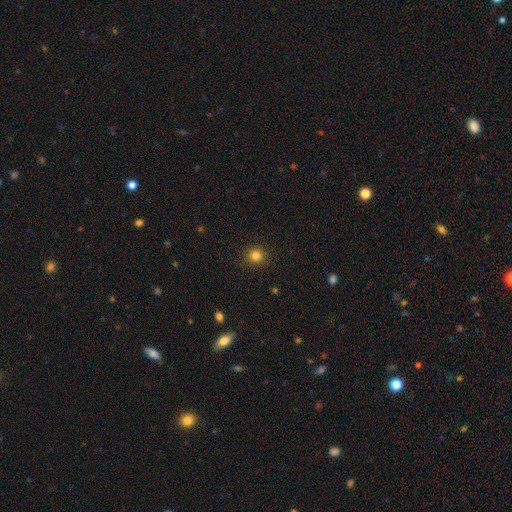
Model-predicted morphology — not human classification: smooth-or-featured: smooth: 82% | star or artifact: 13% | featured or disk: 5%
  how-rounded: round: 92% | in between: 7% | cigar-shaped: 1%
  merging: none: 91% | minor disturbance: 6% | major disturbance: 2% | merger: 1%